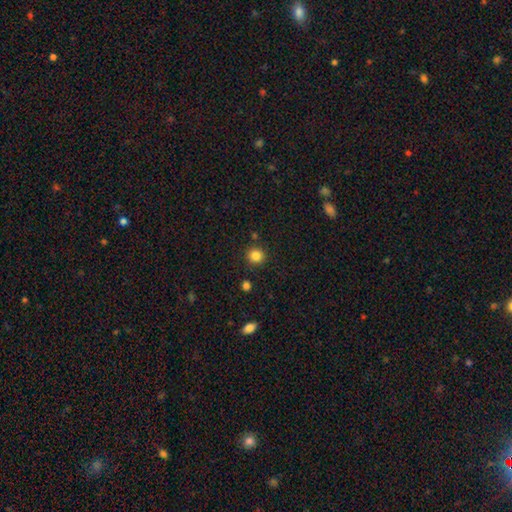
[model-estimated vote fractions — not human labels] Morphology: type=smooth (84%); roundness=round (92%); merging=none (88%).